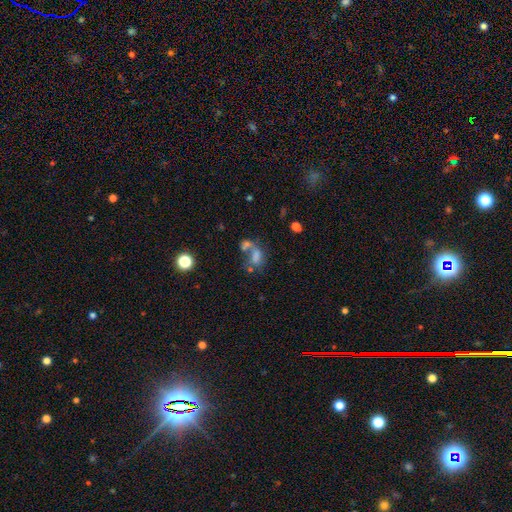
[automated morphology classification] Smooth or featured: smooth — 59% (featured or disk — 24%)
How rounded: in between — 79% (round — 17%)
Merging: merger — 50% (none — 22%)